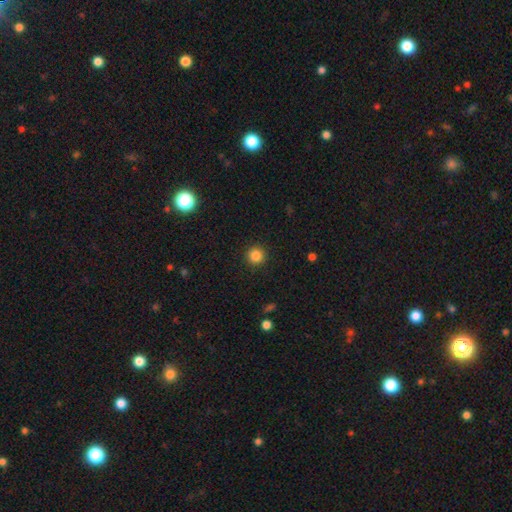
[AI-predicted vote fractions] Smooth or featured?
  - smooth: 85% *
  - star or artifact: 11%
  - featured or disk: 4%
How rounded?
  - round: 95% *
  - in between: 4%
  - cigar-shaped: 1%
Merging?
  - none: 92% *
  - minor disturbance: 5%
  - major disturbance: 2%
  - merger: 1%